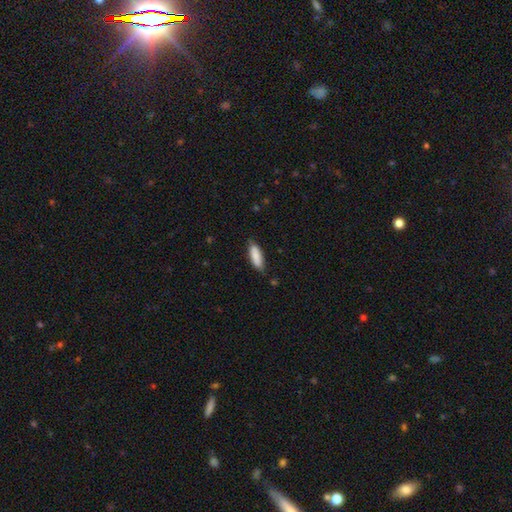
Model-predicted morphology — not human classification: Q: Smooth or featured?
A: smooth (86%); runner-up: featured or disk (8%)
Q: How rounded?
A: in between (55%); runner-up: cigar-shaped (44%)
Q: Merging?
A: none (76%); runner-up: minor disturbance (20%)